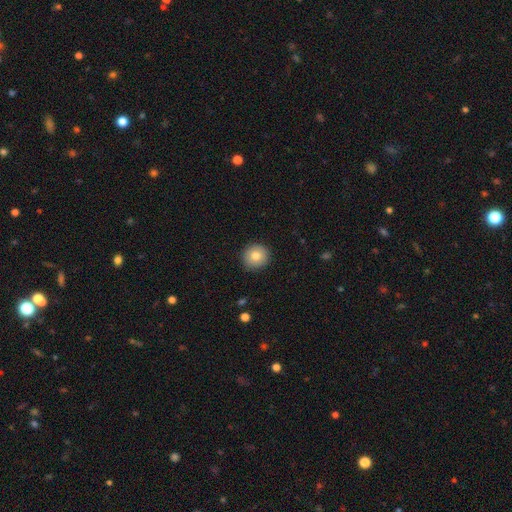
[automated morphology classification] smooth-or-featured: smooth: 80% | featured or disk: 11% | star or artifact: 9%
  how-rounded: round: 93% | in between: 6% | cigar-shaped: 1%
  merging: none: 90% | minor disturbance: 7% | major disturbance: 2% | merger: 1%